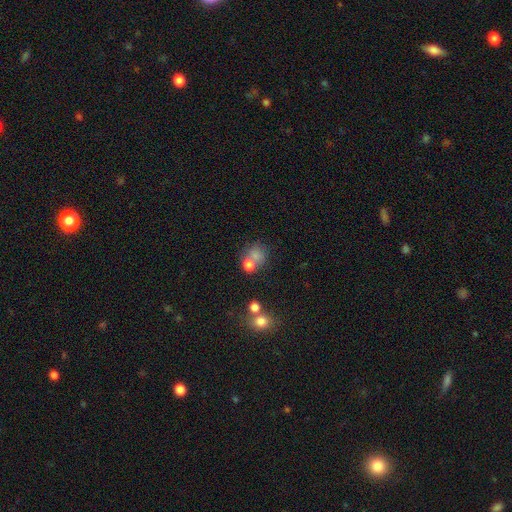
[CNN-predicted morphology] smooth-or-featured: smooth: 71% | star or artifact: 15% | featured or disk: 14%
  how-rounded: round: 69% | in between: 30% | cigar-shaped: 1%
  merging: none: 44% | merger: 33% | minor disturbance: 14% | major disturbance: 9%